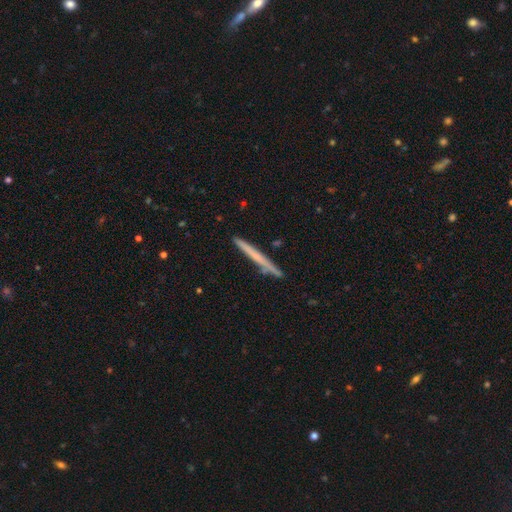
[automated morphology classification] A smooth galaxy with no disk features (53%) that is cigar-shaped (97%).

Vote fractions:
- Smooth or featured? smooth: 53% / featured or disk: 41% / star or artifact: 6%
- How rounded? cigar-shaped: 97% / in between: 2% / round: 1%
- Merging? none: 88% / minor disturbance: 9% / merger: 2% / major disturbance: 1%